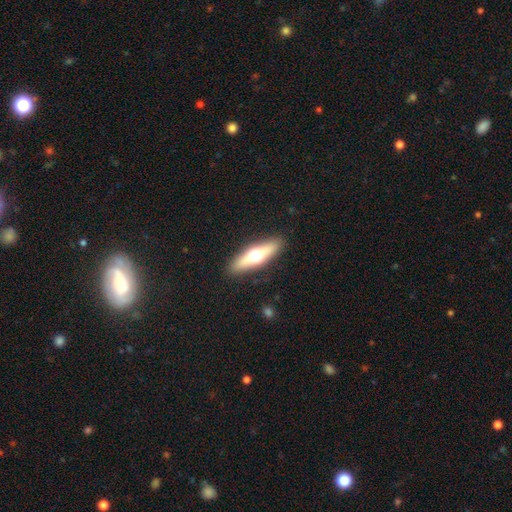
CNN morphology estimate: The model was most divided on "smooth or featured": featured or disk: 54%, smooth: 39%, star or artifact: 6%. More confident: edge-on disk — yes (91%); merging — none (89%).